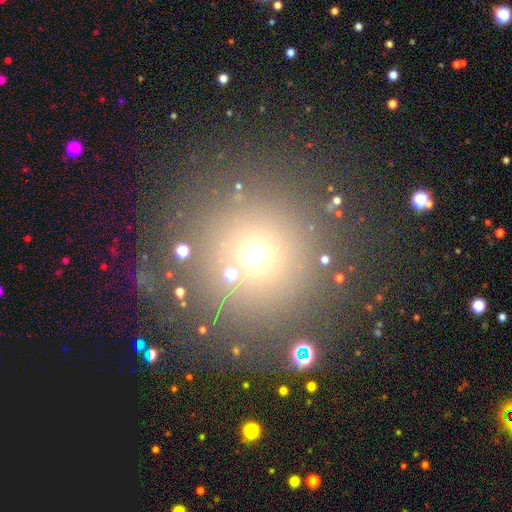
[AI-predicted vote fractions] Smooth or featured: smooth — 58% (star or artifact — 32%)
How rounded: round — 95% (in between — 4%)
Merging: none — 82% (minor disturbance — 8%)